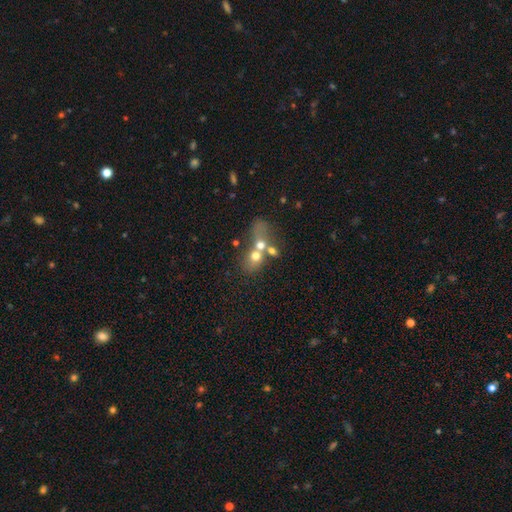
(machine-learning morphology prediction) type=smooth (57%); roundness=round (53%); merging=merger (68%).